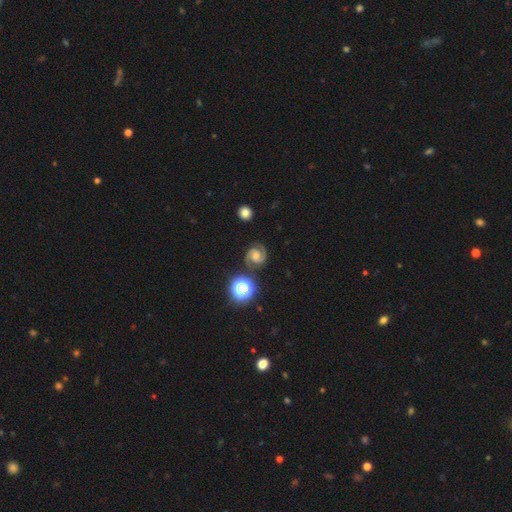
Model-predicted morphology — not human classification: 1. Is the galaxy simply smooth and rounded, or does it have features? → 80% featured or disk, 10% smooth, 10% star or artifact.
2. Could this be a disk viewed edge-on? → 98% no, 2% yes.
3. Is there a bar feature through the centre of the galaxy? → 52% no, 38% weak, 10% strong.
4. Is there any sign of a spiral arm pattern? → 98% yes, 2% no.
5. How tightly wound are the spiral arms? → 51% medium, 40% tight, 10% loose.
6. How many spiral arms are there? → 92% 2, 3% can't tell, 2% 3, 1% 1, 1% 4, 1% more than 4.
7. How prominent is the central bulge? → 53% moderate, 27% small, 10% large, 8% none, 2% dominant.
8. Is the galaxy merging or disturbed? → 83% none, 11% minor disturbance, 4% major disturbance, 3% merger.